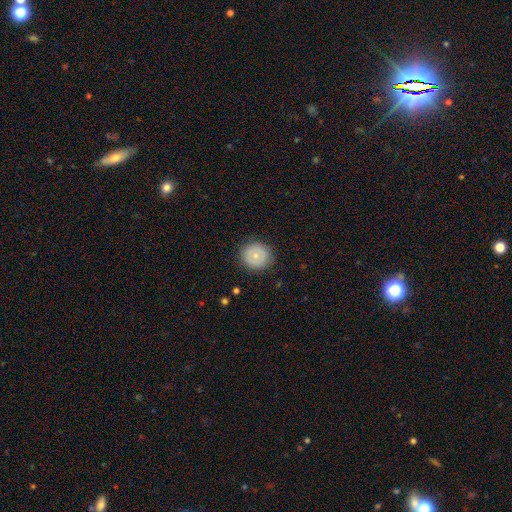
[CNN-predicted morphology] smooth-or-featured: smooth: 66% | featured or disk: 26% | star or artifact: 8%
  how-rounded: round: 86% | in between: 13% | cigar-shaped: 1%
  merging: none: 86% | minor disturbance: 10% | major disturbance: 3% | merger: 1%